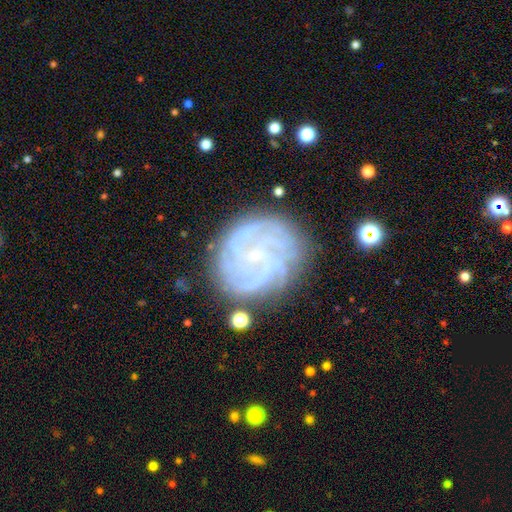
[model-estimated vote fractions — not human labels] smooth-or-featured: featured or disk: 83% | star or artifact: 9% | smooth: 8%
  disk-edge-on: no: 97% | yes: 3%
    bar: no: 54% | weak: 33% | strong: 12%
    has-spiral-arms: yes: 97% | no: 3%
      spiral-winding: tight: 70% | medium: 25% | loose: 5%
      spiral-arm-count: 4: 28% | 3: 20% | can't tell: 20% | more than 4: 14% | 2: 11% | 1: 8%
    bulge-size: small: 78% | none: 12% | moderate: 8% | large: 1% | dominant: 1%
  merging: none: 79% | minor disturbance: 14% | major disturbance: 5% | merger: 2%